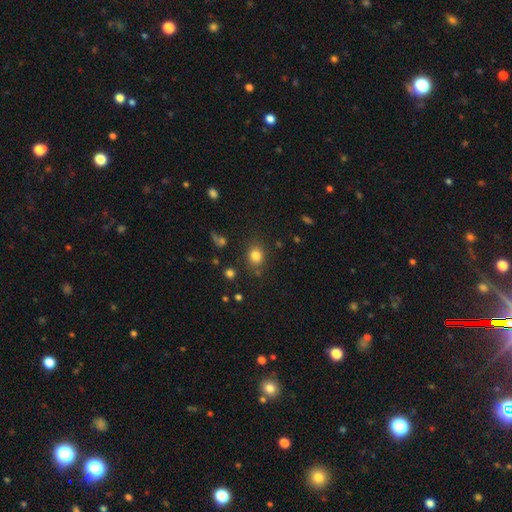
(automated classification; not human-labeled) Morphology: type=smooth (81%); roundness=round (68%); merging=none (80%).